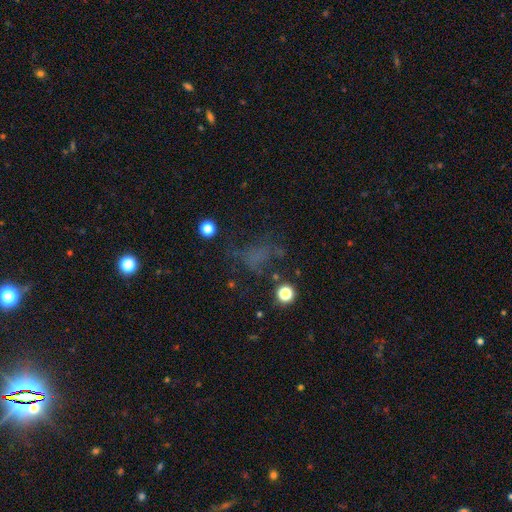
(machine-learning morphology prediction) smooth-or-featured: smooth: 43% | star or artifact: 34% | featured or disk: 22%
  merging: none: 49% | major disturbance: 28% | minor disturbance: 18% | merger: 5%